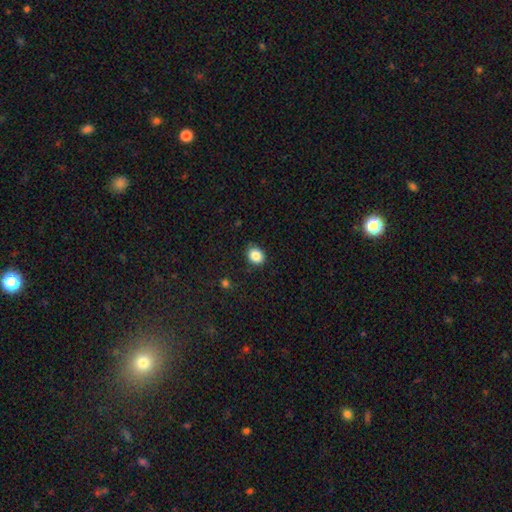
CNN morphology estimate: Overall: smooth (86%). How rounded: round (52%; in between 47%). Merging: none (83%).